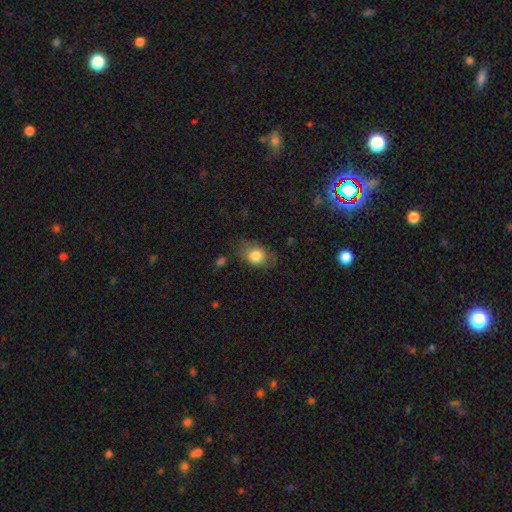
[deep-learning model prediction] Q: Smooth or featured?
A: smooth (81%); runner-up: featured or disk (11%)
Q: How rounded?
A: in between (64%); runner-up: round (35%)
Q: Merging?
A: none (66%); runner-up: minor disturbance (23%)